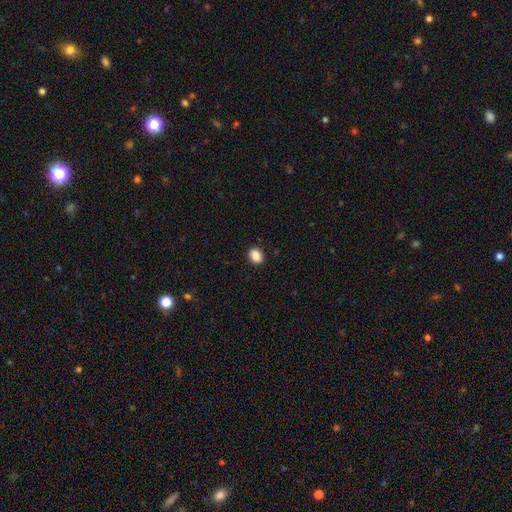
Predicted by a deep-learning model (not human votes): Q: Smooth or featured?
A: smooth (89%); runner-up: star or artifact (9%)
Q: How rounded?
A: in between (65%); runner-up: round (34%)
Q: Merging?
A: none (89%); runner-up: minor disturbance (8%)